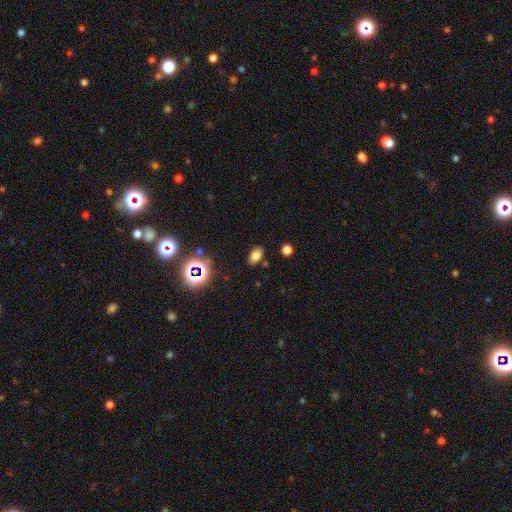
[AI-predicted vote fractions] The model was most divided on "smooth or featured": smooth: 72%, star or artifact: 19%, featured or disk: 9%. More confident: how rounded — in between (88%); merging — none (84%).